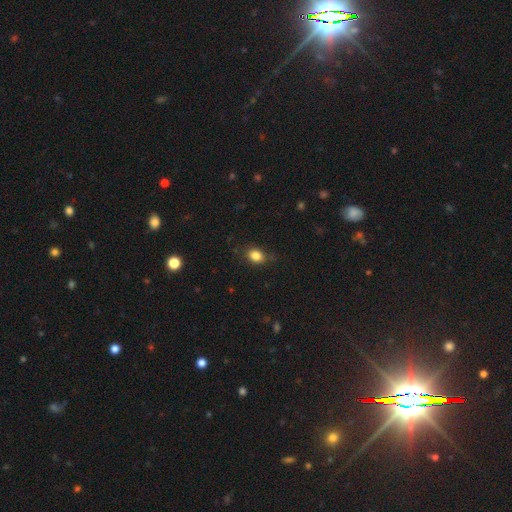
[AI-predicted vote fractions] The model was most divided on "how rounded": in between: 61%, round: 38%, cigar-shaped: 1%. More confident: smooth or featured — smooth (84%); merging — none (76%).